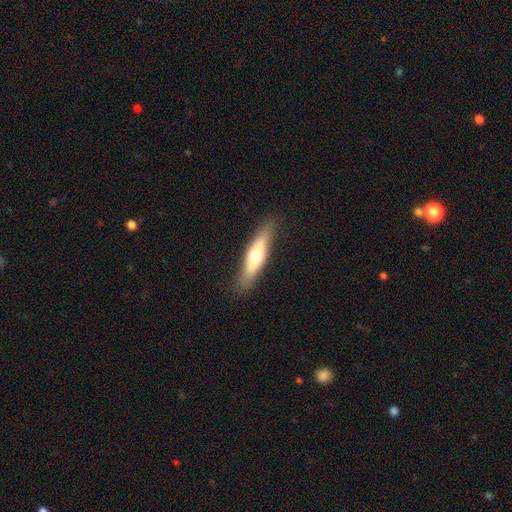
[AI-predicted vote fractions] Overall: smooth (51%; featured or disk 44%). How rounded: cigar-shaped (75%). Merging: none (87%).